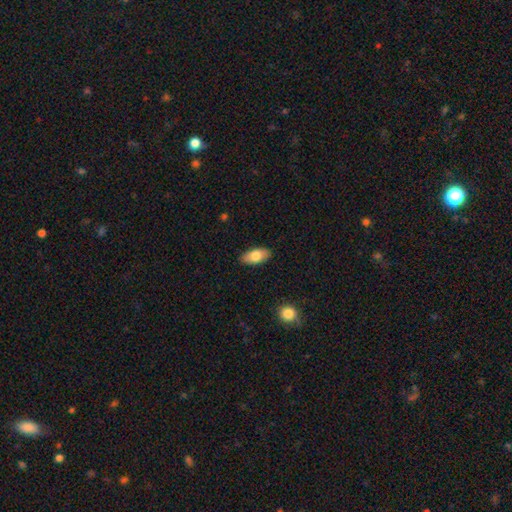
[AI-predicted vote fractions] smooth_or_featured: smooth (p=0.79) [alt: featured or disk p=0.15]
how_rounded: in between (p=0.92) [alt: cigar-shaped p=0.06]
merging: none (p=0.88) [alt: minor disturbance p=0.09]